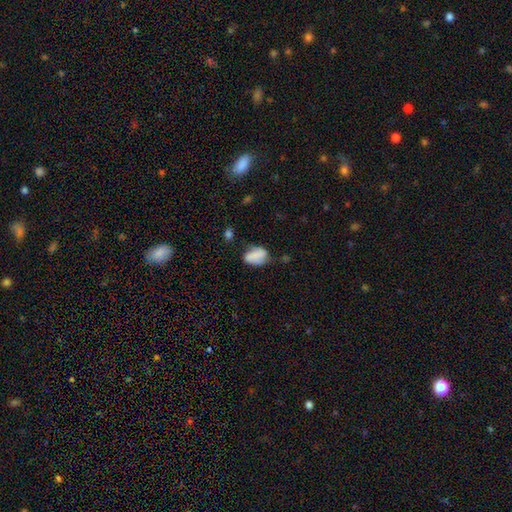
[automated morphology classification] smooth-or-featured: smooth: 59% | featured or disk: 31% | star or artifact: 10%
  how-rounded: in between: 84% | round: 14% | cigar-shaped: 3%
  merging: none: 50% | minor disturbance: 32% | major disturbance: 13% | merger: 6%